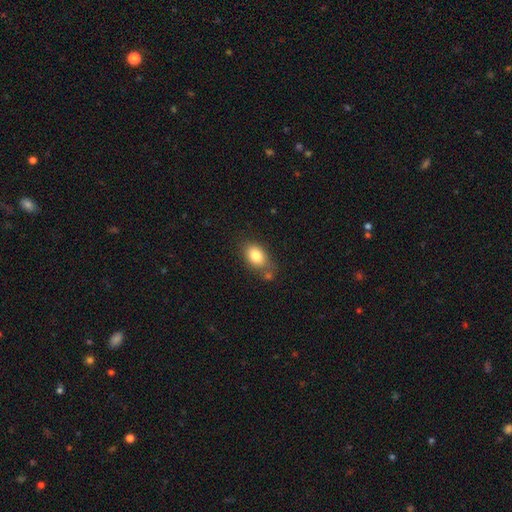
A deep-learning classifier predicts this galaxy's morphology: Smooth or featured: smooth — 81% (featured or disk — 10%)
How rounded: in between — 80% (round — 19%)
Merging: none — 63% (minor disturbance — 19%)